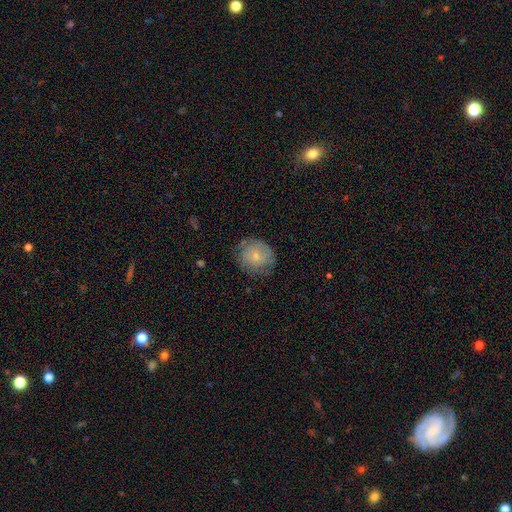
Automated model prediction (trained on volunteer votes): This is likely a smooth galaxy (69%). How rounded: clearly round (80%). Merging: likely none (69%).